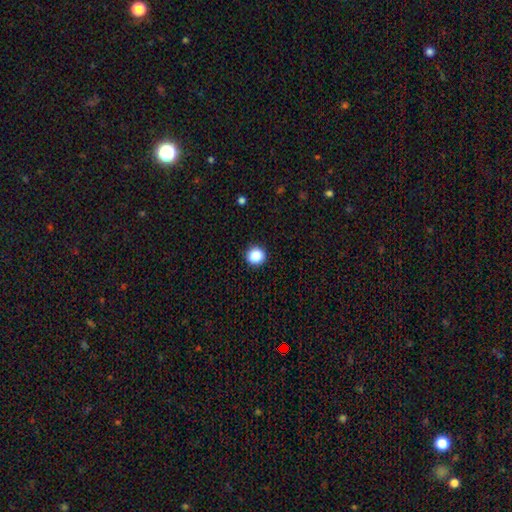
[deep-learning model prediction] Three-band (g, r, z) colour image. It shows a smooth galaxy with no disk features (87%) that is round (90%). Merging: none (91%).